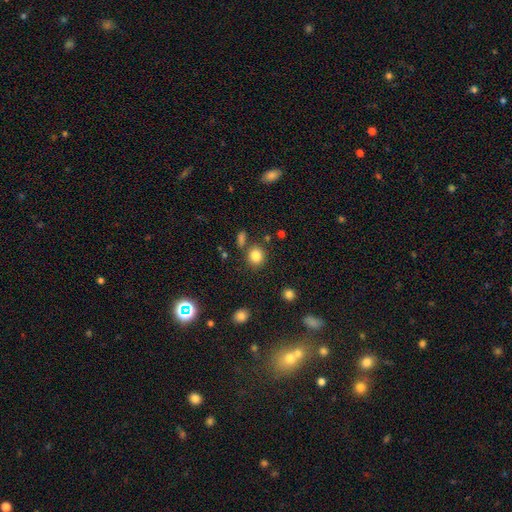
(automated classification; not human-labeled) A smooth galaxy with no disk features (83%) that is round (79%). Merging: none (78%).